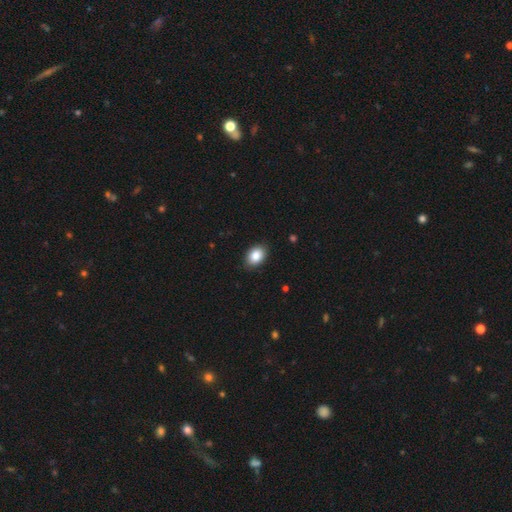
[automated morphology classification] Smooth or featured: smooth — 86% (star or artifact — 8%)
How rounded: in between — 82% (round — 17%)
Merging: none — 87% (minor disturbance — 10%)